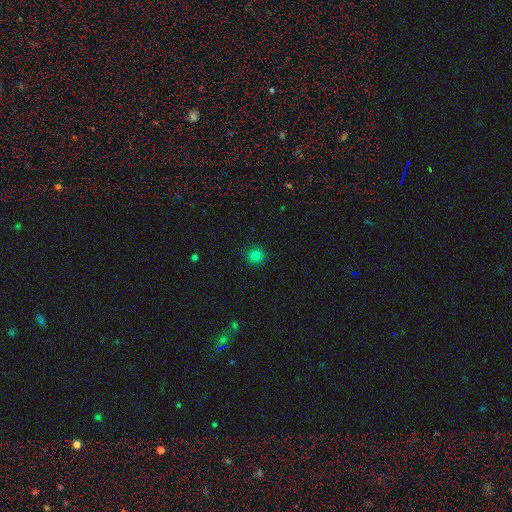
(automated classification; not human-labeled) Morphology: type=smooth (80%); roundness=round (92%); merging=none (92%).